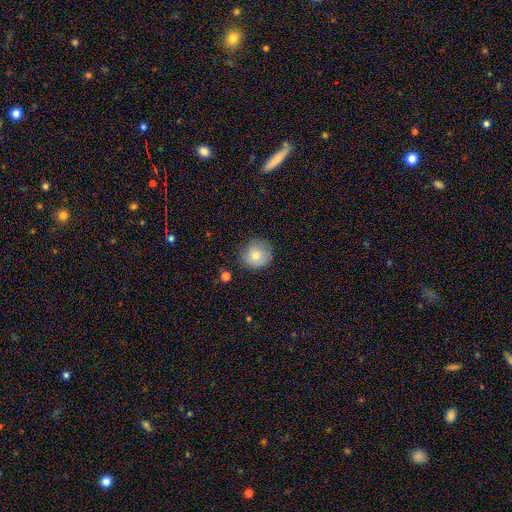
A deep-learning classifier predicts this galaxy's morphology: Smooth or featured: smooth — 73% (featured or disk — 18%)
How rounded: round — 90% (in between — 9%)
Merging: none — 74% (minor disturbance — 20%)